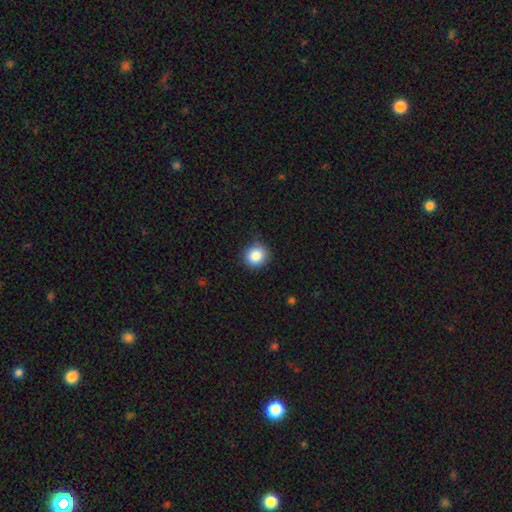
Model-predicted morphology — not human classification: Smooth or featured?
  - smooth: 87% *
  - star or artifact: 9%
  - featured or disk: 4%
How rounded?
  - round: 87% *
  - in between: 12%
  - cigar-shaped: 1%
Merging?
  - none: 84% *
  - minor disturbance: 12%
  - major disturbance: 3%
  - merger: 1%